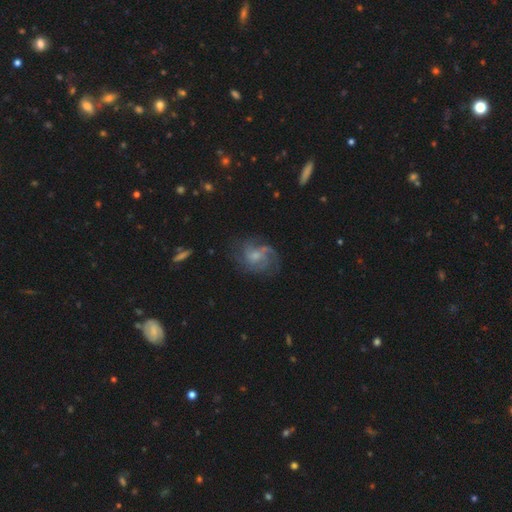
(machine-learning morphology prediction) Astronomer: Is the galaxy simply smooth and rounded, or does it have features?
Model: featured or disk — 76%.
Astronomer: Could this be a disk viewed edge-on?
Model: no — 98%.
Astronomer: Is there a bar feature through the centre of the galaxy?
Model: no — 64%.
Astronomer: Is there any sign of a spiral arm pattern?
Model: yes — 92%.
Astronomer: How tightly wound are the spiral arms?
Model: medium — 44% (runner-up: tight, 34%).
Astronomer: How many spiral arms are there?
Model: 3 — 29% (runner-up: can't tell, 26%).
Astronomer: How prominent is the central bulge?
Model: small — 42% (runner-up: moderate, 40%).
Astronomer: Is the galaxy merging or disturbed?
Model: none — 65%.